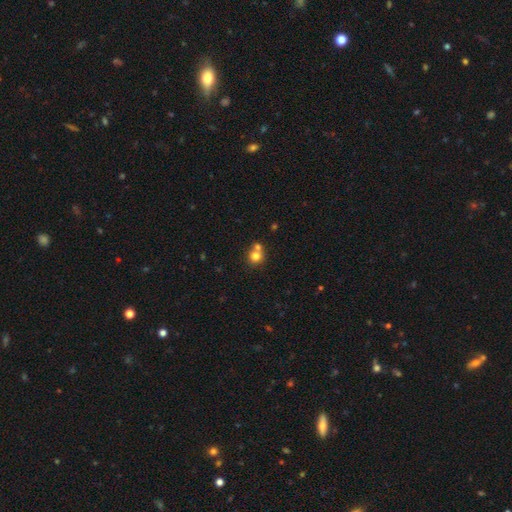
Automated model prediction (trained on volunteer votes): A smooth galaxy with no disk features (77%) that is round (84%).

Vote fractions:
- Smooth or featured? smooth: 77% / star or artifact: 12% / featured or disk: 11%
- How rounded? round: 84% / in between: 15% / cigar-shaped: 1%
- Merging? none: 48% / merger: 43% / minor disturbance: 7% / major disturbance: 3%